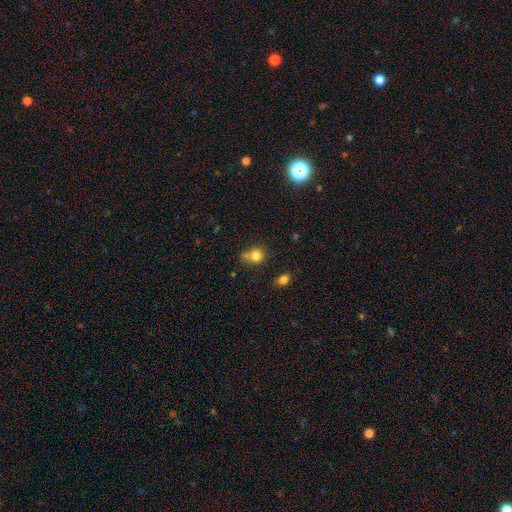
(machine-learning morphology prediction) type=smooth (78%); roundness=round (72%); merging=none (49%).